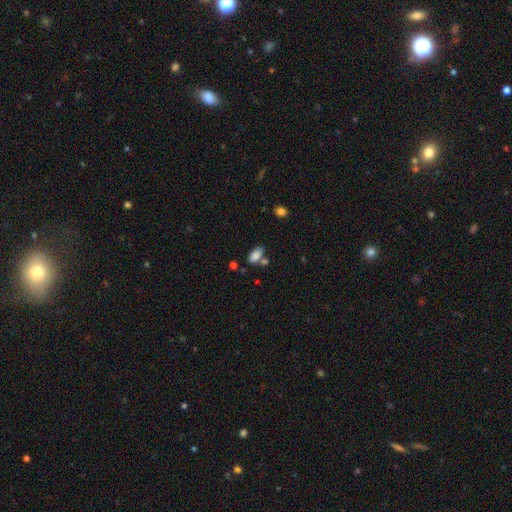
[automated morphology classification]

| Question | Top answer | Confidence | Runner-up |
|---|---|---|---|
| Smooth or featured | smooth | 84% | star or artifact (9%) |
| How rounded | in between | 91% | cigar-shaped (5%) |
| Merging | none | 61% | merger (19%) |